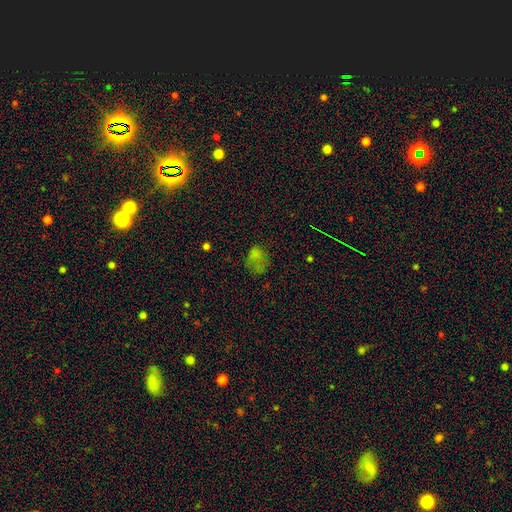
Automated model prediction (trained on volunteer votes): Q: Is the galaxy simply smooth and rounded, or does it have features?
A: smooth — 65%.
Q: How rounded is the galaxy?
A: in between — 66%.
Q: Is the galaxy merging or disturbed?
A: none — 40%.